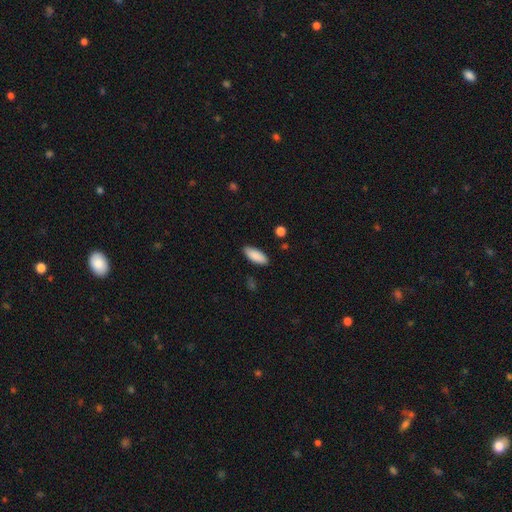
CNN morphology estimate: Smooth or featured: smooth — 89% (star or artifact — 6%)
How rounded: in between — 81% (cigar-shaped — 17%)
Merging: none — 87% (minor disturbance — 9%)